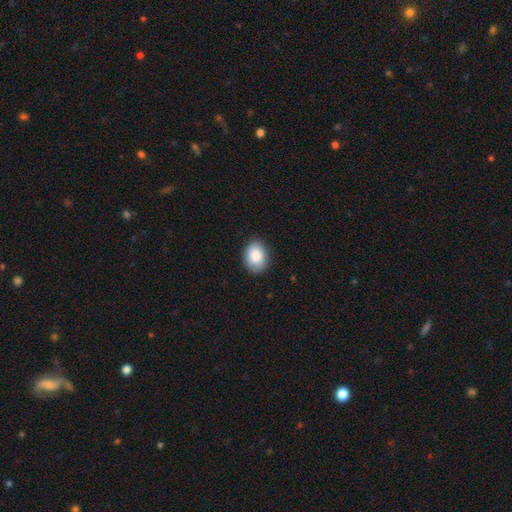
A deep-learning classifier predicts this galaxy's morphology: type=smooth (87%); roundness=in between (70%); merging=none (85%).